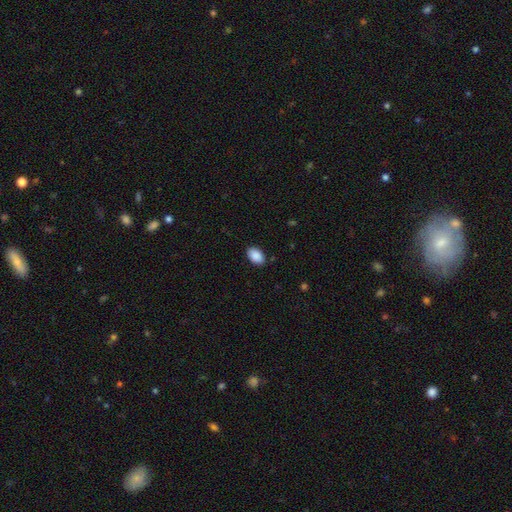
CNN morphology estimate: Overall: smooth (90%). How rounded: in between (90%). Merging: none (87%).